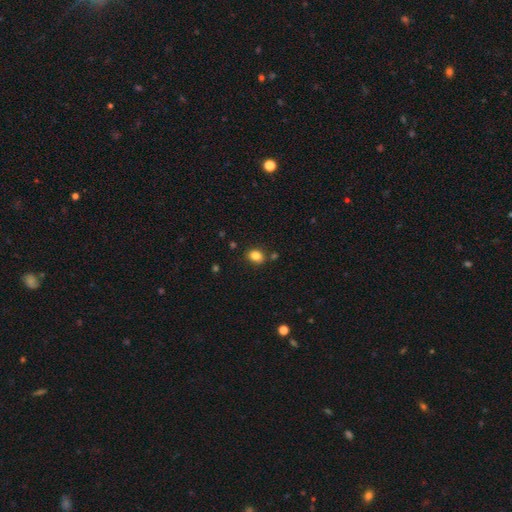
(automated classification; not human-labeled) A smooth galaxy with no disk features (84%) that is in between round and cigar-shaped (59%). Merging: none (79%).